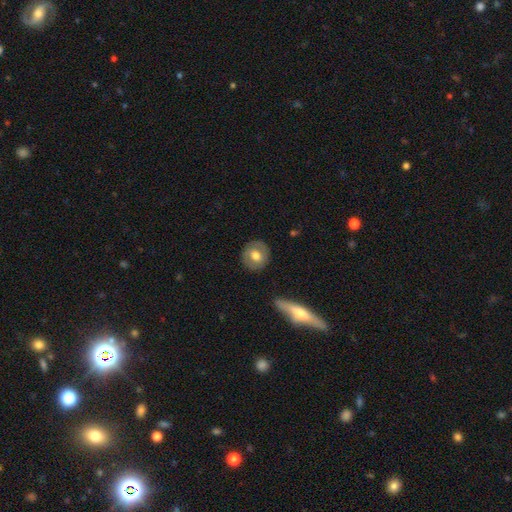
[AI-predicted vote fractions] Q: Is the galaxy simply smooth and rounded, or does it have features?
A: smooth — 62%.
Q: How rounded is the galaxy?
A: round — 84%.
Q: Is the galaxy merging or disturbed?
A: none — 85%.